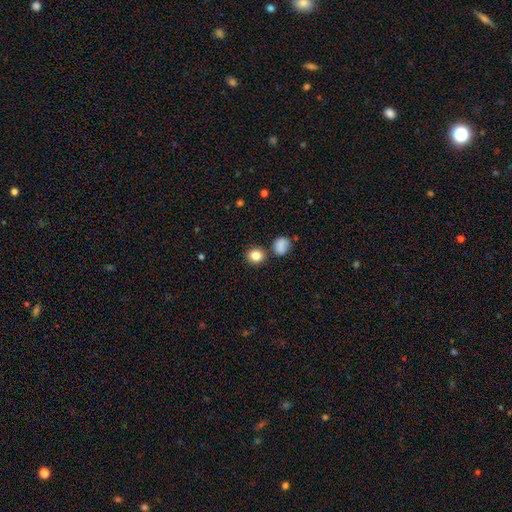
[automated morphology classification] type=smooth (84%); roundness=round (80%); merging=none (82%).